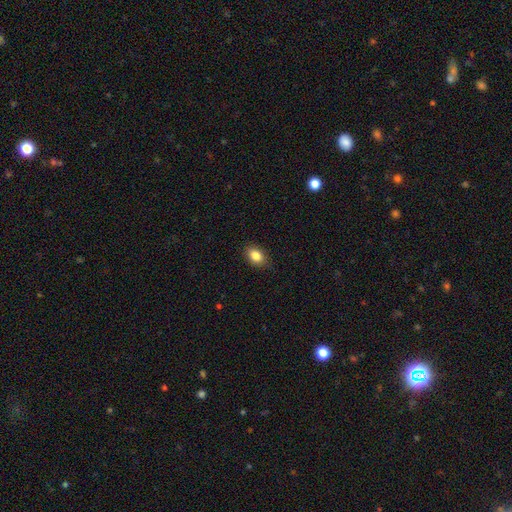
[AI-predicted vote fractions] A smooth galaxy with no disk features (84%) that is in between round and cigar-shaped (80%).

Vote fractions:
- Smooth or featured? smooth: 84% / star or artifact: 9% / featured or disk: 7%
- How rounded? in between: 80% / round: 18% / cigar-shaped: 2%
- Merging? none: 84% / minor disturbance: 12% / major disturbance: 2% / merger: 1%